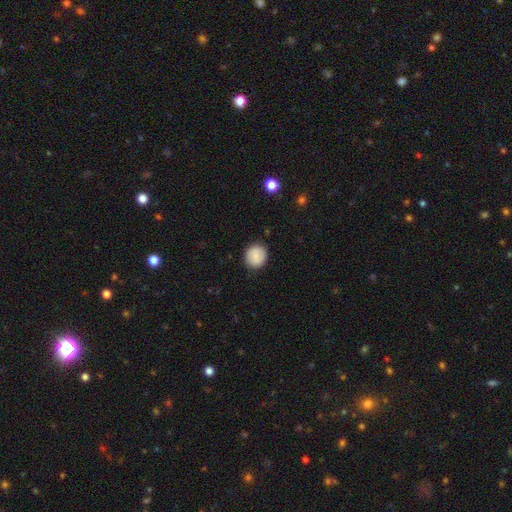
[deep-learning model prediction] Smooth or featured? smooth (83%)
How rounded? round (90%)
Merging? none (88%)